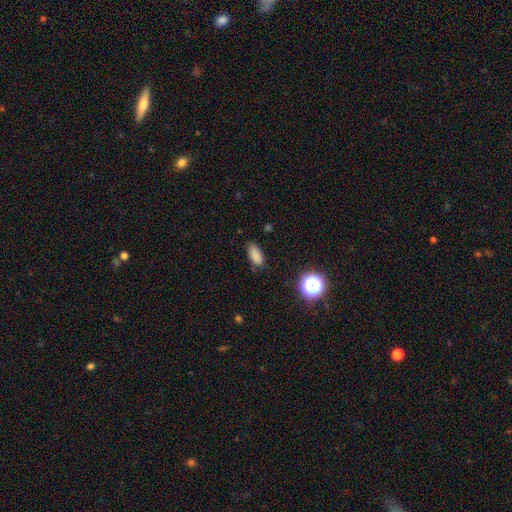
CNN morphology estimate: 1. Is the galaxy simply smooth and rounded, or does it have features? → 83% smooth, 12% star or artifact, 5% featured or disk.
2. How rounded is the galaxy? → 87% in between, 8% cigar-shaped, 5% round.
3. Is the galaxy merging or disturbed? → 76% none, 19% minor disturbance, 4% major disturbance, 2% merger.